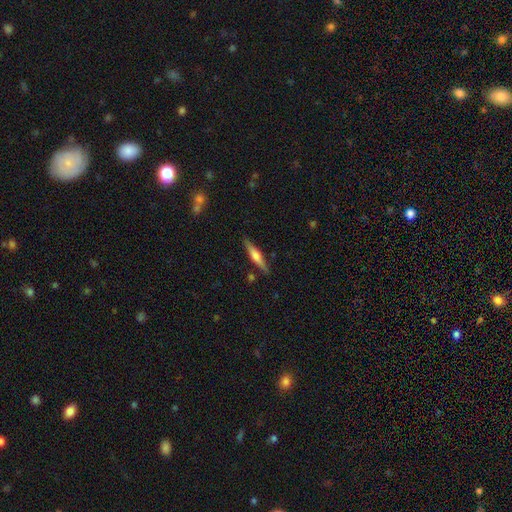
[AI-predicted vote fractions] featured or disk 57%, smooth 38%, star or artifact 6%. Down the decision tree: edge-on disk — yes (96%); edge-on bulge — rounded (80%); merging — none (87%).